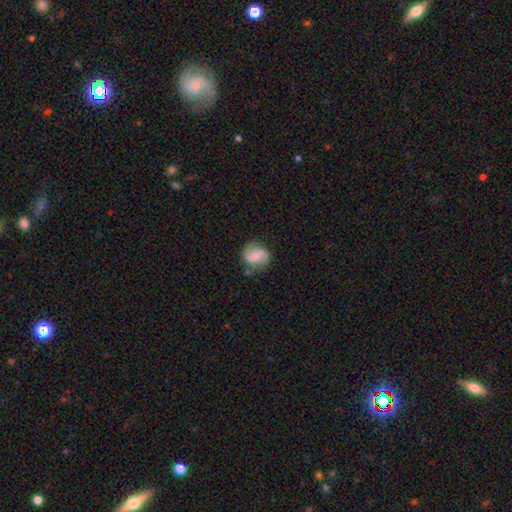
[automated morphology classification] This appears to be a featured or disk galaxy (46%, tied with smooth). Merging: none (67%).